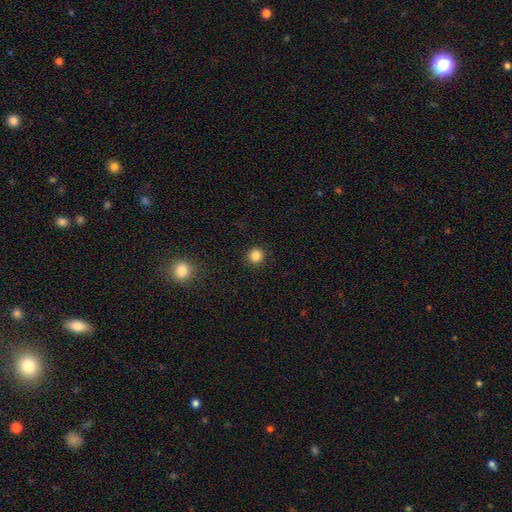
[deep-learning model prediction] A smooth galaxy with no disk features (84%) that is round (95%). Merging: none (92%).